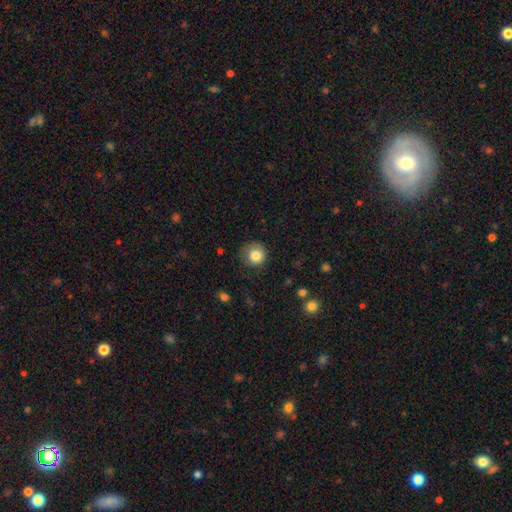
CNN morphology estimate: Smooth or featured? smooth (83%)
How rounded? round (92%)
Merging? none (72%)